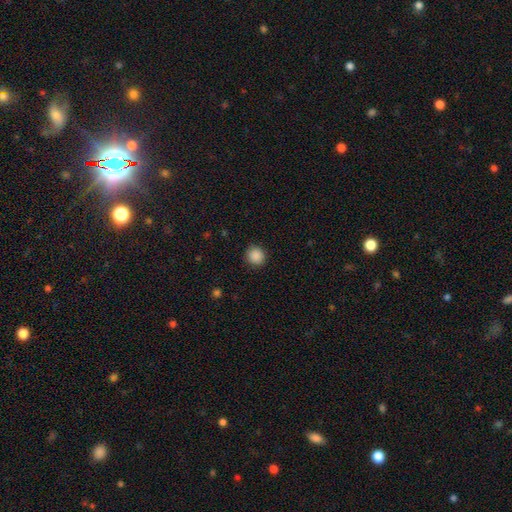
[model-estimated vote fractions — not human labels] Morphology: type=smooth (88%); roundness=round (90%); merging=none (90%).